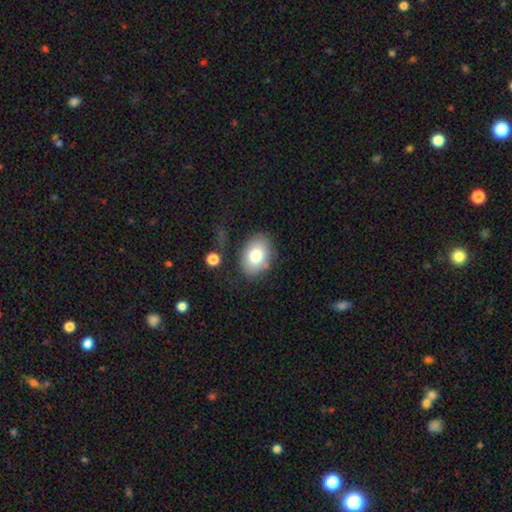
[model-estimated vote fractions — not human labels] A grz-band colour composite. It shows a smooth galaxy with no disk features (78%) that is in between round and cigar-shaped (76%). Merging: none (77%).